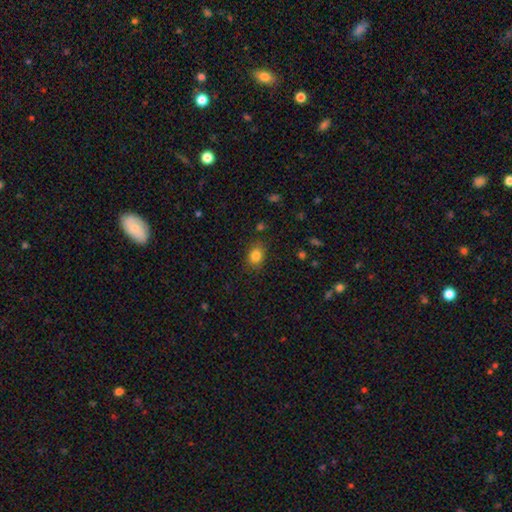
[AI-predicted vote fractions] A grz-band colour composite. It shows a smooth galaxy with no disk features (83%) that is in between round and cigar-shaped (65%). Merging: none (82%).